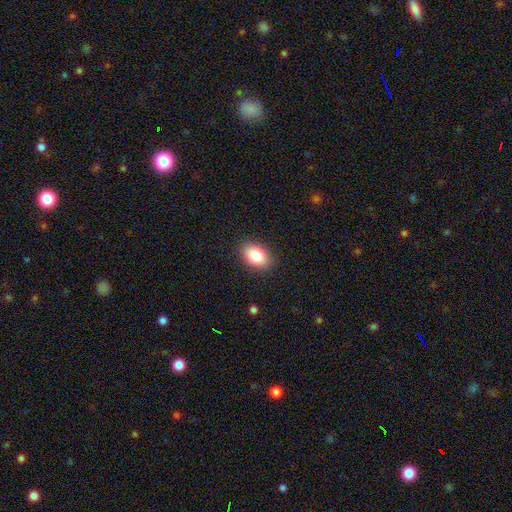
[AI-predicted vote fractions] Smooth or featured? Predicted: smooth (p=0.84). How rounded? Predicted: in between (p=0.84). Merging? Predicted: none (p=0.88).